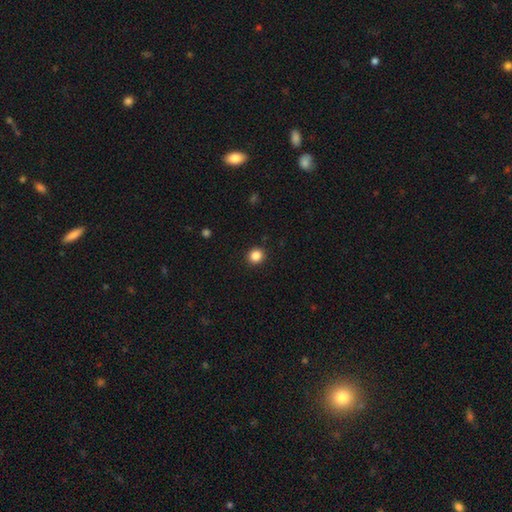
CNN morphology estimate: smooth 85%, star or artifact 11%, featured or disk 4%. Down the decision tree: how rounded — round (90%); merging — none (92%).